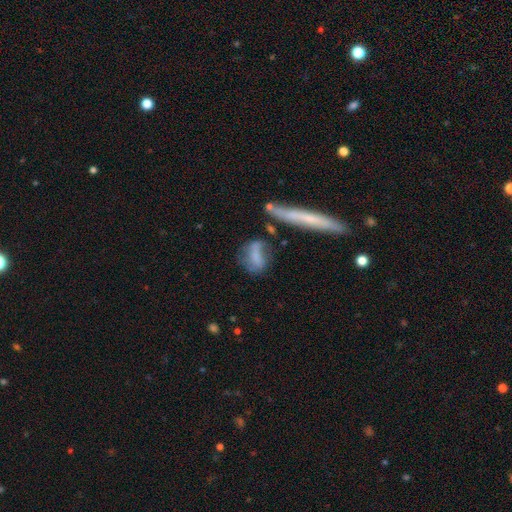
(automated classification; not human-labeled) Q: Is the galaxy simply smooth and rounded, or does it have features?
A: smooth — 55%.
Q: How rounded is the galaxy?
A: in between — 58%.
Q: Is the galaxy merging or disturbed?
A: none — 44%.